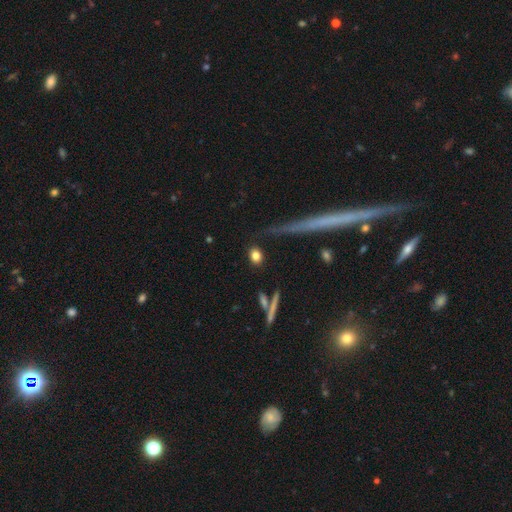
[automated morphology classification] This is clearly a smooth galaxy (82%). How rounded: possibly in between (48%). Merging: clearly none (85%).